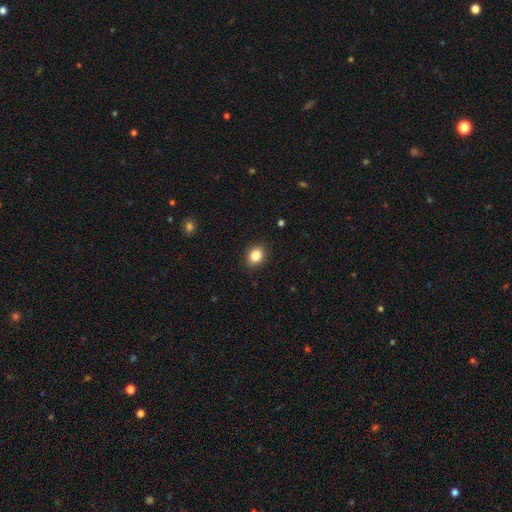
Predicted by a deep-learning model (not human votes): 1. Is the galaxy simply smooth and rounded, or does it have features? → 85% smooth, 10% star or artifact, 5% featured or disk.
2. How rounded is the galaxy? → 54% round, 45% in between, 1% cigar-shaped.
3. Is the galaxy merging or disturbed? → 90% none, 7% minor disturbance, 2% major disturbance, 1% merger.